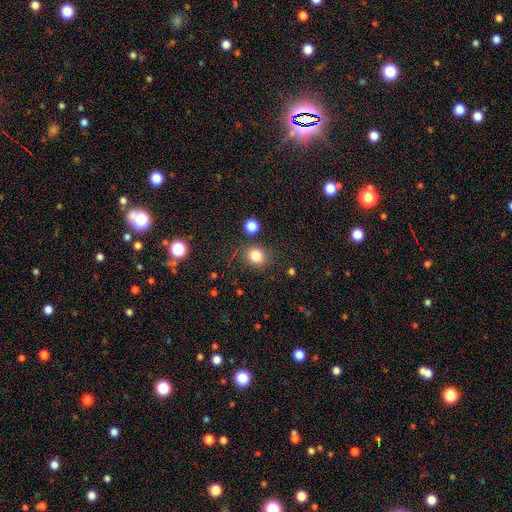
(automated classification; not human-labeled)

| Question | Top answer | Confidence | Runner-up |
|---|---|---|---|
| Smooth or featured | smooth | 81% | star or artifact (13%) |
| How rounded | round | 65% | in between (34%) |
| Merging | none | 79% | minor disturbance (12%) |